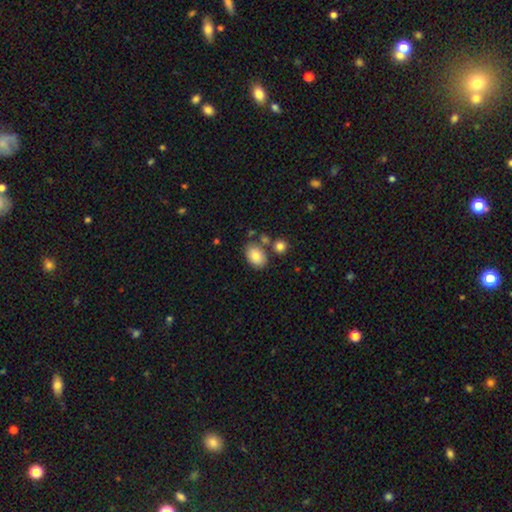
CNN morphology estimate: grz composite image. It shows a smooth galaxy with no disk features (81%) that is in between round and cigar-shaped (81%). Merging: none (69%).